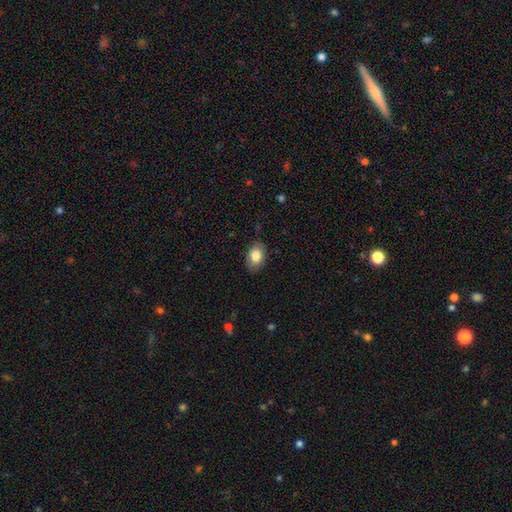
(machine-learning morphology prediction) Overall: smooth (83%). How rounded: in between (84%). Merging: none (82%).